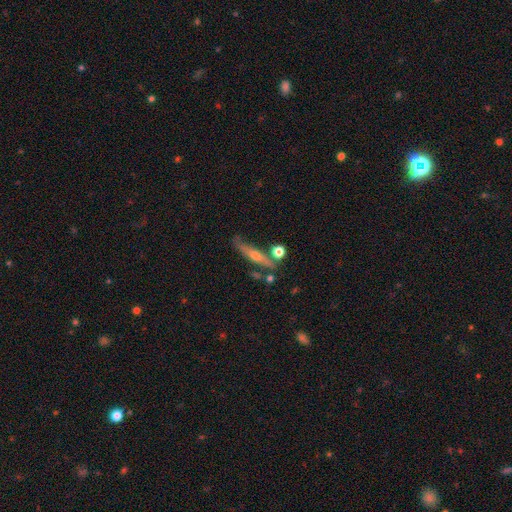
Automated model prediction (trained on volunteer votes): This appears to be a featured or disk galaxy (64%) viewed edge-on (88%) with a rounded central bulge (85%). Merging: none (66%).